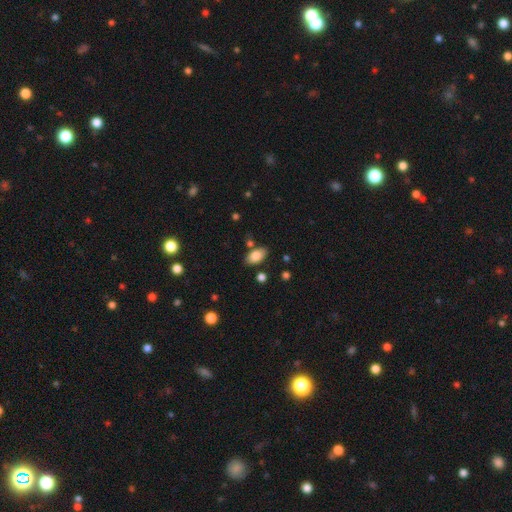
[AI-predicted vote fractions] Smooth or featured? Predicted: smooth (p=0.83). How rounded? Predicted: in between (p=0.93). Merging? Predicted: none (p=0.78).